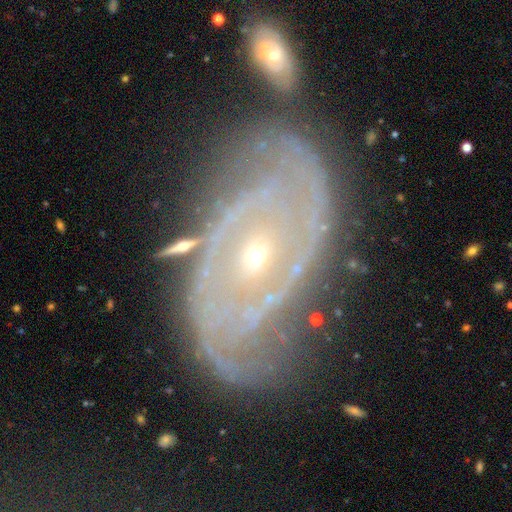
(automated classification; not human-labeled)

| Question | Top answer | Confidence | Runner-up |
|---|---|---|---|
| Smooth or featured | featured or disk | 88% | smooth (6%) |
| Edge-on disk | no | 96% | yes (4%) |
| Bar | no | 63% | weak (26%) |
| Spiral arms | yes | 93% | no (7%) |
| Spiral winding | tight | 56% | medium (33%) |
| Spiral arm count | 2 | 53% | can't tell (21%) |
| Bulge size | small | 75% | moderate (22%) |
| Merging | none | 61% | minor disturbance (21%) |